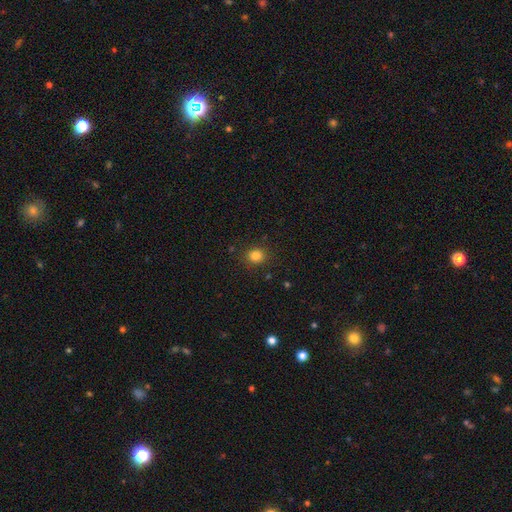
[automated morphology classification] type=smooth (82%); roundness=round (80%); merging=none (88%).